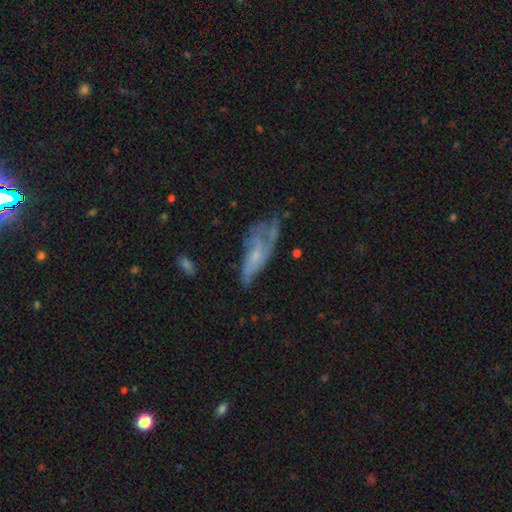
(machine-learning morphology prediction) smooth_or_featured: featured or disk (p=0.65) [alt: smooth p=0.27]
disk_edge_on: no (p=0.88) [alt: yes p=0.12]
bar: no (p=0.68) [alt: weak p=0.27]
has_spiral_arms: yes (p=0.76) [alt: no p=0.24]
bulge_size: small (p=0.66) [alt: moderate p=0.22]
merging: none (p=0.40) [alt: minor disturbance p=0.28]